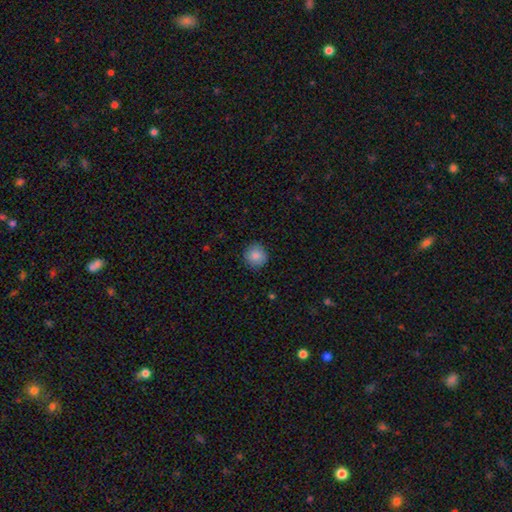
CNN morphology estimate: A smooth galaxy with no disk features (85%) that is round (93%).

Vote fractions:
- Smooth or featured? smooth: 85% / star or artifact: 9% / featured or disk: 6%
- How rounded? round: 93% / in between: 6% / cigar-shaped: 1%
- Merging? none: 89% / minor disturbance: 8% / major disturbance: 2% / merger: 1%